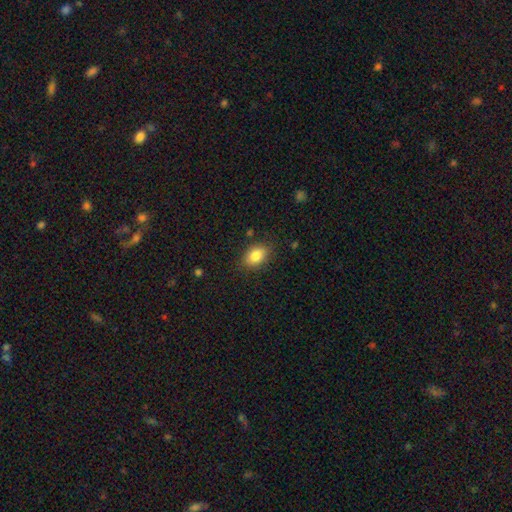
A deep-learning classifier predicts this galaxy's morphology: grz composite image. It shows a smooth galaxy with no disk features (84%) that is in between round and cigar-shaped (80%). Merging: none (84%).